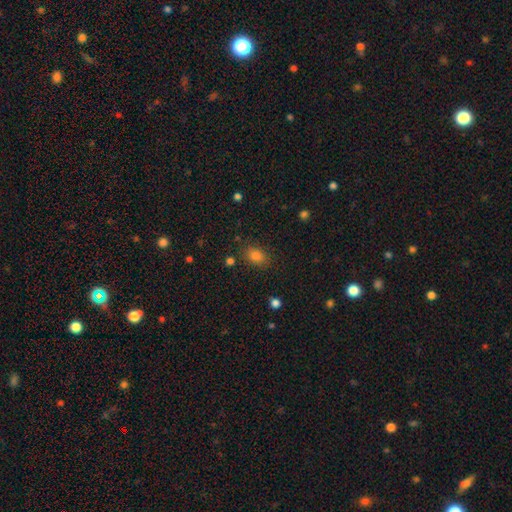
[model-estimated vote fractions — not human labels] Smooth or featured? Predicted: smooth (p=0.79). How rounded? Predicted: in between (p=0.72). Merging? Predicted: none (p=0.85).